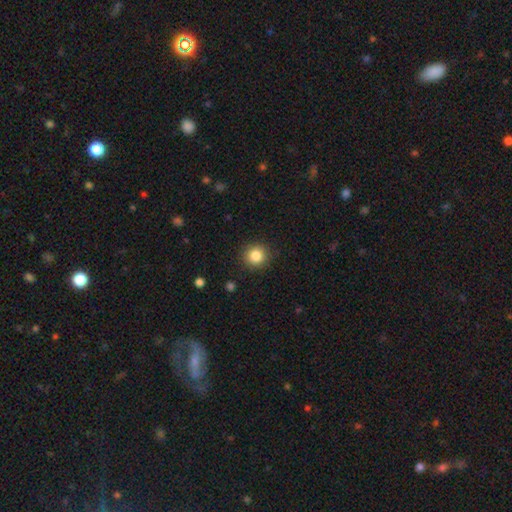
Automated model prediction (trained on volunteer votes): Smooth or featured: smooth — 85% (star or artifact — 10%)
How rounded: round — 92% (in between — 7%)
Merging: none — 90% (minor disturbance — 7%)